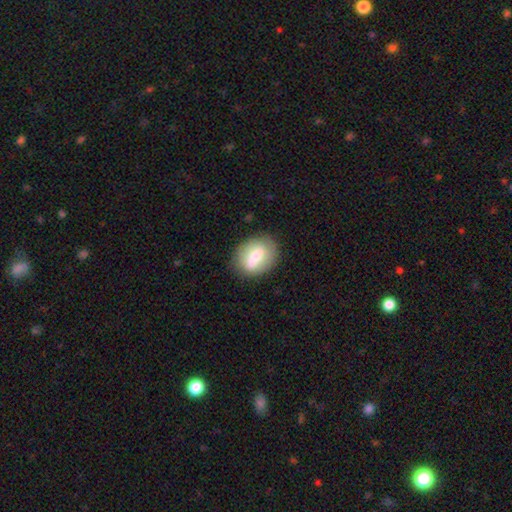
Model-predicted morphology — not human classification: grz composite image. It shows a smooth galaxy with no disk features (58%) that is in between round and cigar-shaped (52%). Merging: none (73%).